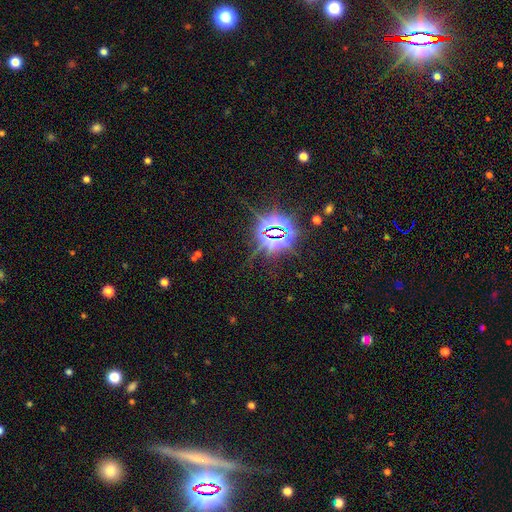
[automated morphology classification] Smooth or featured?
  - star or artifact: 84% *
  - smooth: 8%
  - featured or disk: 8%